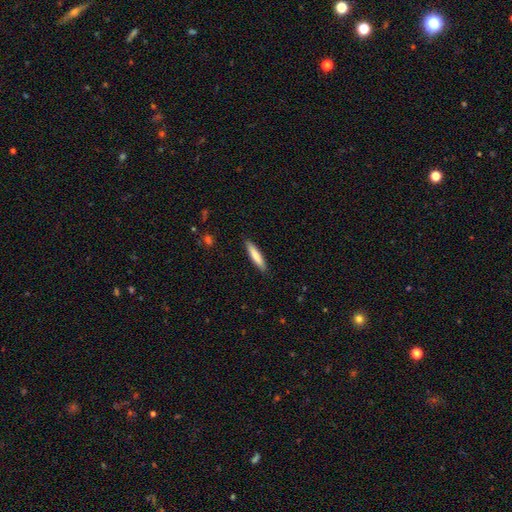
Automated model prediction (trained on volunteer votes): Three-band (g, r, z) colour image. It shows a smooth galaxy with no disk features (78%) that is cigar-shaped (88%). Merging: none (90%).